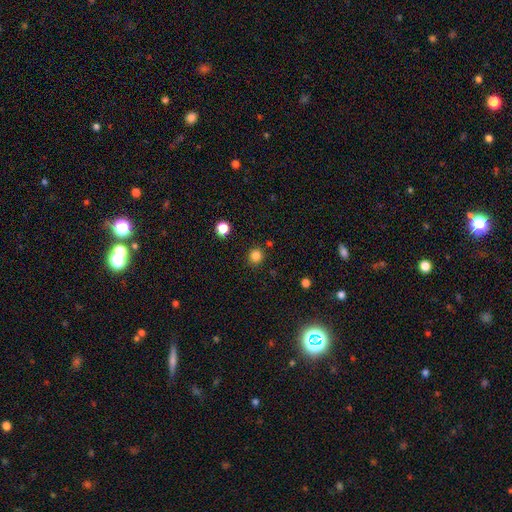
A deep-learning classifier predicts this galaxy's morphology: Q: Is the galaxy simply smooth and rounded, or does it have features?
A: smooth — 83%.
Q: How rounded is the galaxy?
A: round — 90%.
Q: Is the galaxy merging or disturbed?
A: none — 87%.